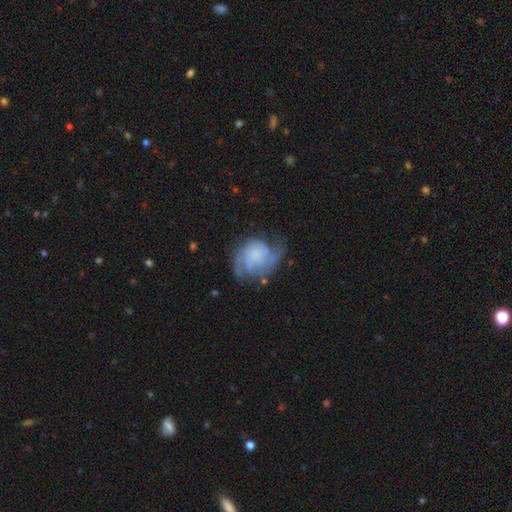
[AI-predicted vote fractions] The model was most divided on "spiral winding": medium: 40%, tight: 30%, loose: 29%. Remaining: edge-on disk — no (98%); spiral arms — yes (84%); bar — no (77%); smooth or featured — featured or disk (68%); spiral arm count — 2 (50%); bulge size — none (48%); merging — none (46%).